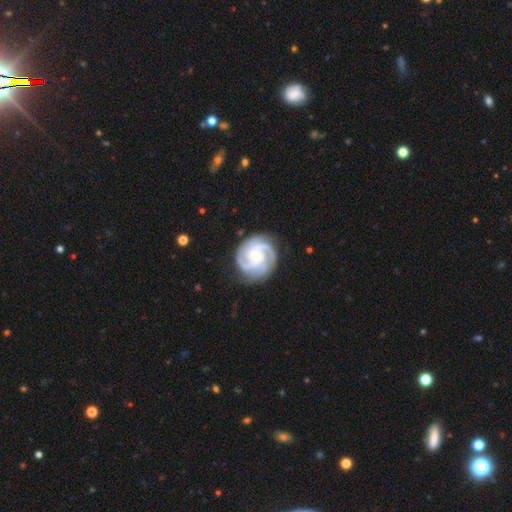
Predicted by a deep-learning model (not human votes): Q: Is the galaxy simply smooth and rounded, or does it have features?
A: featured or disk — 91%.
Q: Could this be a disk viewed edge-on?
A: no — 98%.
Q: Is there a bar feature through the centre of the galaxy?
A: no — 56%.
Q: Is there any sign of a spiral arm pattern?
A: yes — 98%.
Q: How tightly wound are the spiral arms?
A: tight — 49%.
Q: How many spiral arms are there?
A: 3 — 54%.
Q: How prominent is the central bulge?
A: small — 54%.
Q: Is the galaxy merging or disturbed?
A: none — 81%.